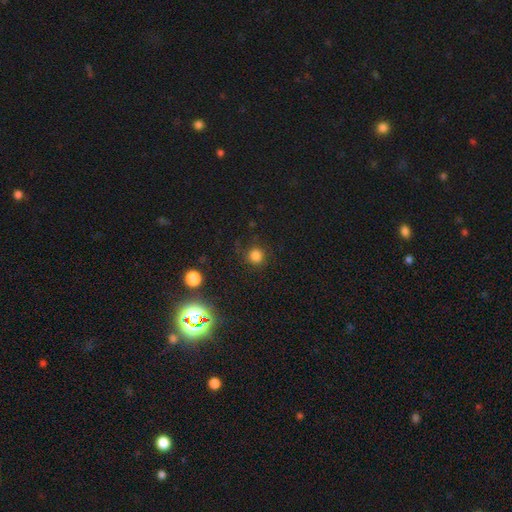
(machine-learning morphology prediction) smooth_or_featured: smooth (p=0.78) [alt: star or artifact p=0.17]
how_rounded: round (p=0.93) [alt: in between p=0.06]
merging: none (p=0.82) [alt: minor disturbance p=0.11]